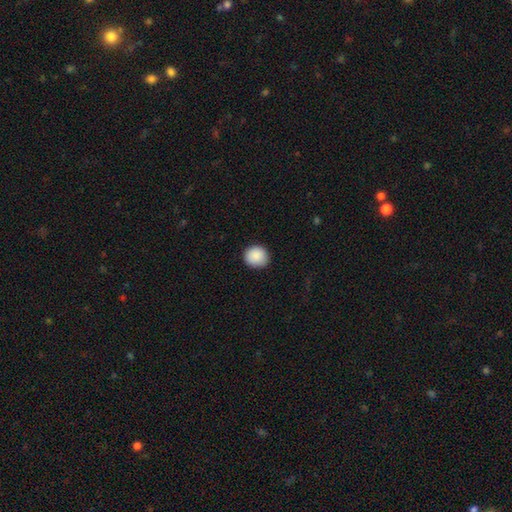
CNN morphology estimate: This appears to be a smooth galaxy with no disk features (89%) that is round (85%). Merging: none (89%).